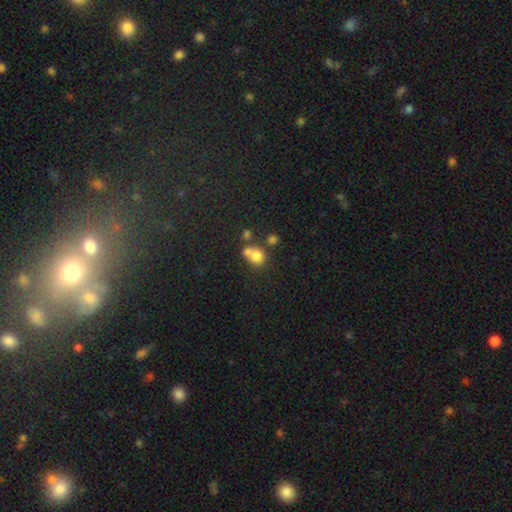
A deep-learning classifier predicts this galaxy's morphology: This is likely a smooth galaxy (75%). How rounded: likely round (73%). Merging: possibly merger (47%).